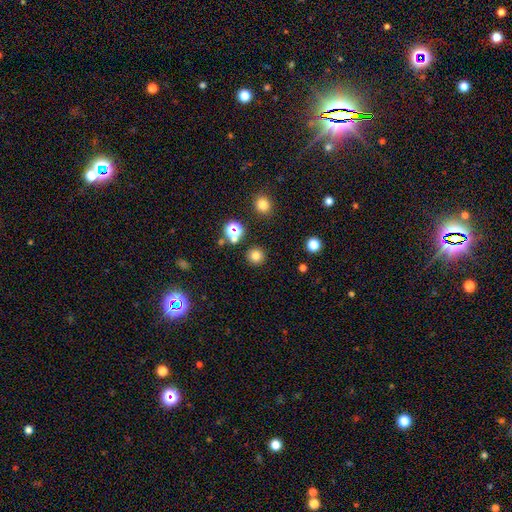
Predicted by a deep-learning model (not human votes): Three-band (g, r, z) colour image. It shows a smooth galaxy with no disk features (78%) that is round (95%). Merging: none (90%).